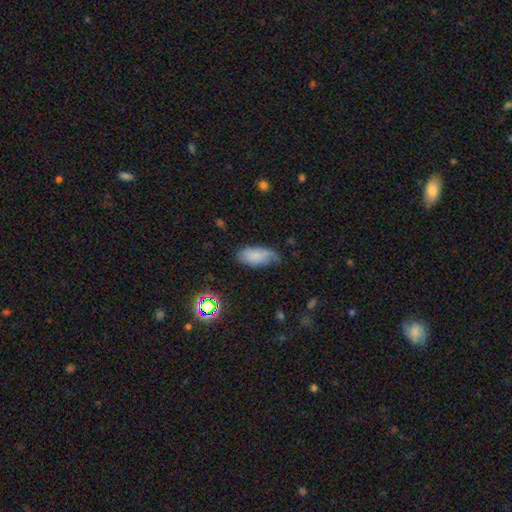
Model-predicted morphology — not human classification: Smooth or featured? Predicted: smooth (p=0.76). How rounded? Predicted: in between (p=0.90). Merging? Predicted: none (p=0.48).